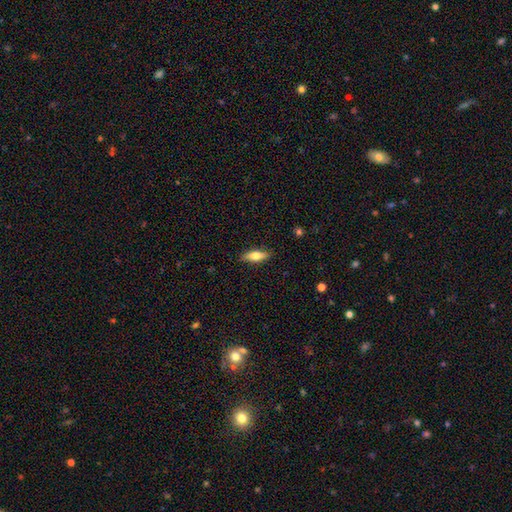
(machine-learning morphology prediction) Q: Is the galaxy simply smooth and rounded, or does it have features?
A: smooth — 63%.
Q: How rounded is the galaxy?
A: in between — 53%.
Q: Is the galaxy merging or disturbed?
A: none — 86%.